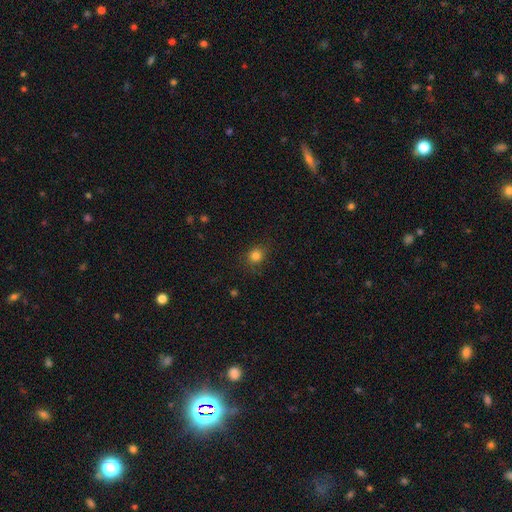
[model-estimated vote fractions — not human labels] smooth_or_featured: smooth (p=0.82) [alt: star or artifact p=0.13]
how_rounded: round (p=0.77) [alt: in between p=0.22]
merging: none (p=0.83) [alt: minor disturbance p=0.12]